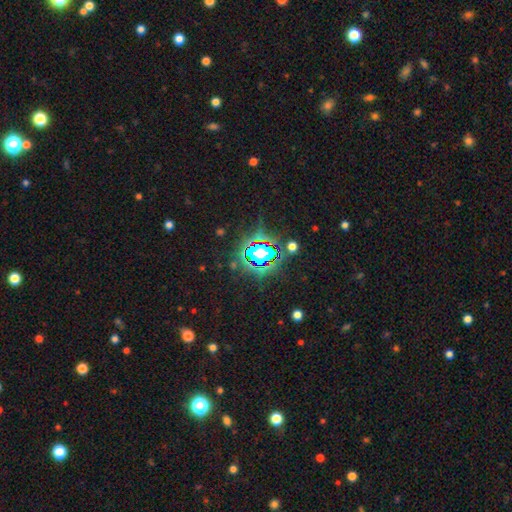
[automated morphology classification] A star or artifact, not a galaxy (76%).

Vote fractions:
- Smooth or featured? star or artifact: 76% / smooth: 14% / featured or disk: 10%